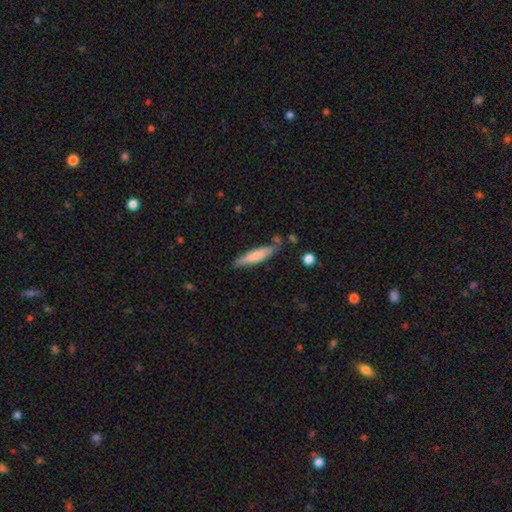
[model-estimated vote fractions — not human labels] Smooth or featured?
  - smooth: 73% *
  - featured or disk: 21%
  - star or artifact: 5%
How rounded?
  - cigar-shaped: 81% *
  - in between: 18%
  - round: 1%
Merging?
  - none: 74% *
  - minor disturbance: 17%
  - merger: 5%
  - major disturbance: 3%